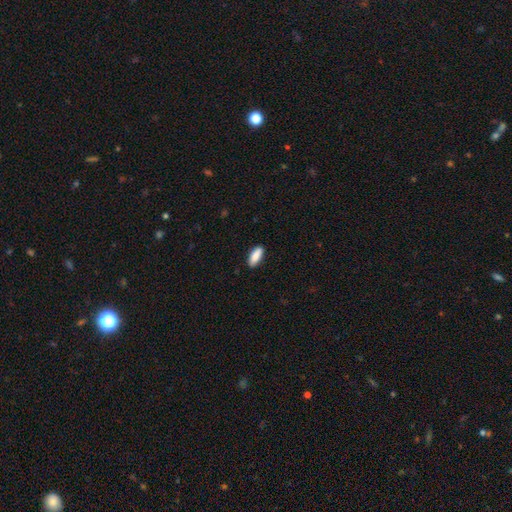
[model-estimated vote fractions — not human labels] Overall: smooth (88%). How rounded: in between (75%). Merging: none (87%).